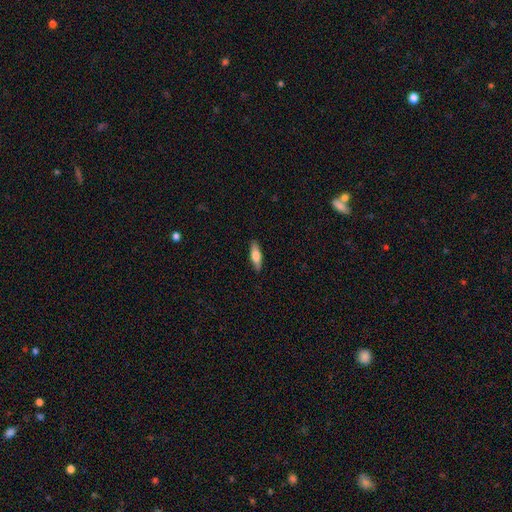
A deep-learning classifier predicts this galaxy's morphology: smooth_or_featured: smooth (p=0.70) [alt: featured or disk p=0.24]
how_rounded: in between (p=0.50) [alt: cigar-shaped p=0.48]
merging: none (p=0.87) [alt: minor disturbance p=0.10]